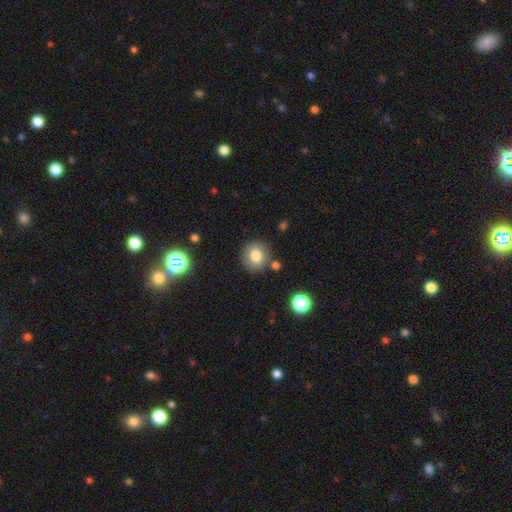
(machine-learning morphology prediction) Smooth or featured: smooth — 78% (featured or disk — 12%)
How rounded: round — 90% (in between — 9%)
Merging: none — 83% (minor disturbance — 9%)